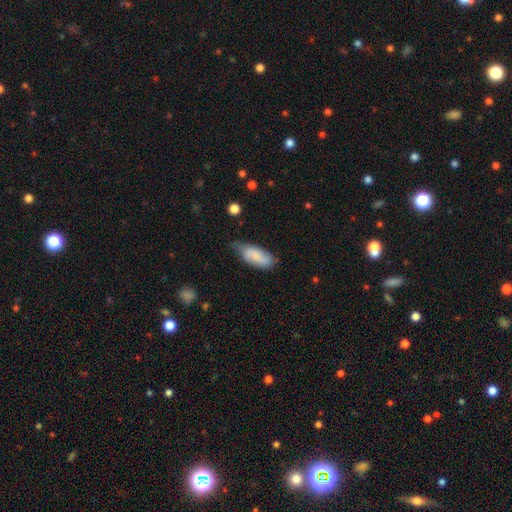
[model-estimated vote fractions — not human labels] smooth_or_featured: smooth (p=0.67) [alt: featured or disk p=0.26]
how_rounded: in between (p=0.80) [alt: cigar-shaped p=0.18]
merging: none (p=0.48) [alt: minor disturbance p=0.41]